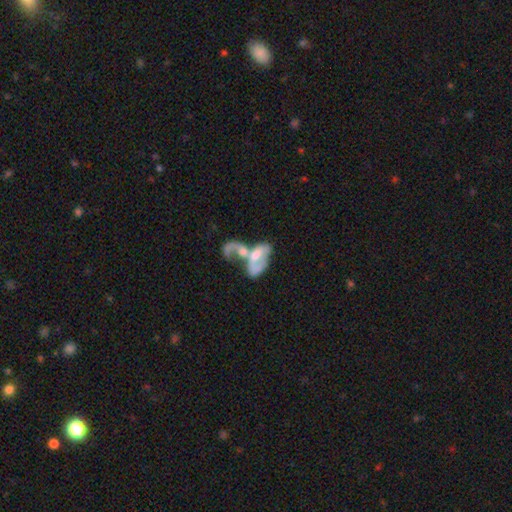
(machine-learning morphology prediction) A featured or disk galaxy (60%) with no bar (62%), spiral arms (52%) and a moderate central bulge (51%).

Vote fractions:
- Smooth or featured? featured or disk: 60% / smooth: 33% / star or artifact: 8%
- Edge-on disk? no: 94% / yes: 6%
- Bar? no: 62% / weak: 29% / strong: 9%
- Spiral arms? yes: 52% / no: 48%
- Bulge size? moderate: 51% / small: 21% / large: 13% / none: 13% / dominant: 2%
- Merging? merger: 73% / major disturbance: 14% / none: 8% / minor disturbance: 5%